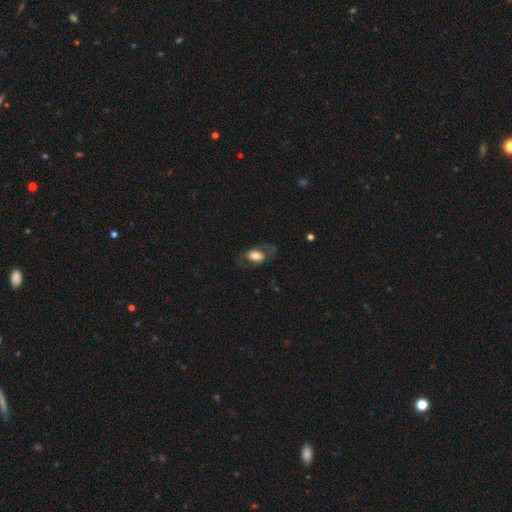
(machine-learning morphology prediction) Smooth or featured? smooth (63%)
How rounded? in between (85%)
Merging? none (59%)